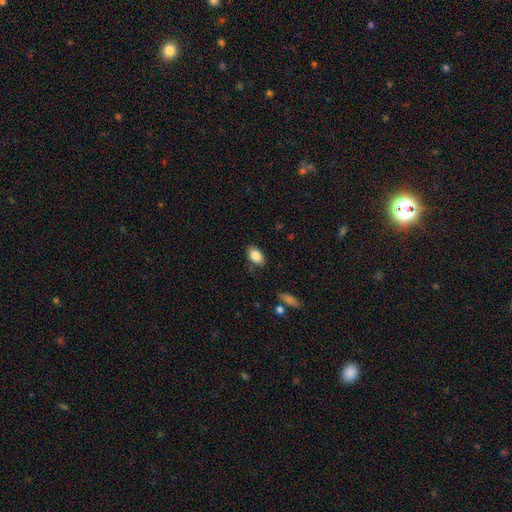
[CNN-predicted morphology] Smooth or featured? smooth (85%)
How rounded? in between (90%)
Merging? none (82%)